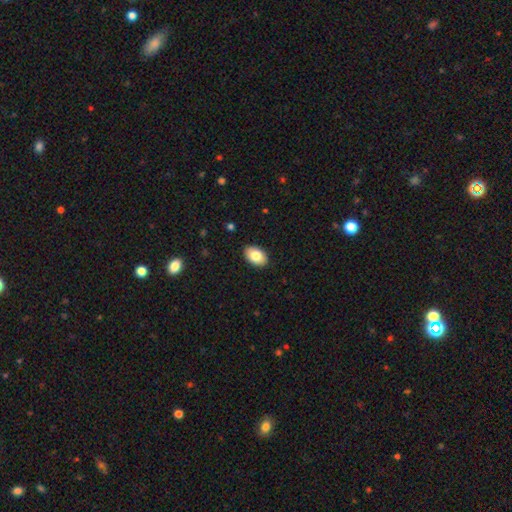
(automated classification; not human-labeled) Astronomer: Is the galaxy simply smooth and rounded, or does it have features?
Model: smooth — 83%.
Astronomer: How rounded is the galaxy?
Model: in between — 91%.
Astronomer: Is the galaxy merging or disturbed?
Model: none — 90%.